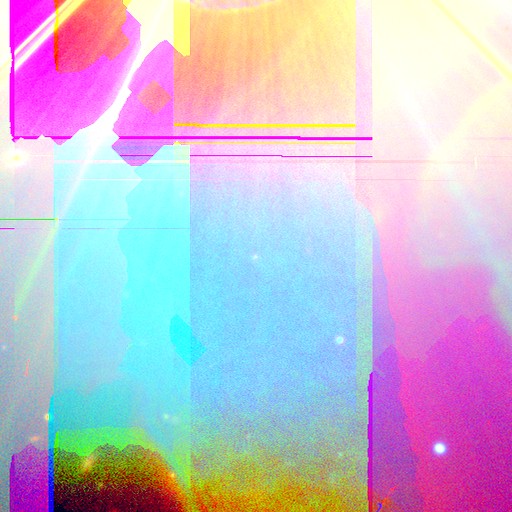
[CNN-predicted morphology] Smooth or featured: star or artifact — 80% (smooth — 10%)